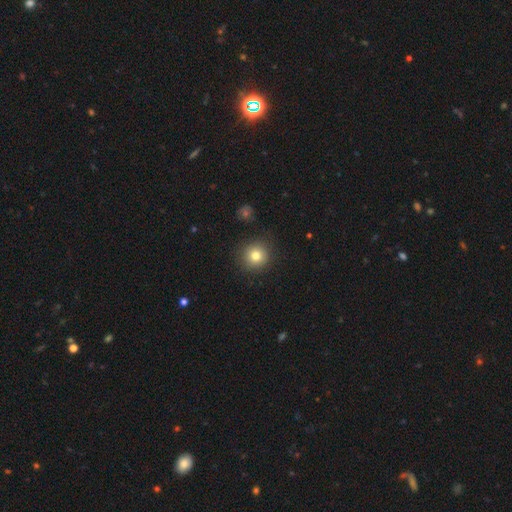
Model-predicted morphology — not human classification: Smooth or featured?
  - smooth: 80% *
  - star or artifact: 12%
  - featured or disk: 8%
How rounded?
  - round: 93% *
  - in between: 6%
  - cigar-shaped: 1%
Merging?
  - none: 88% *
  - minor disturbance: 7%
  - major disturbance: 2%
  - merger: 2%